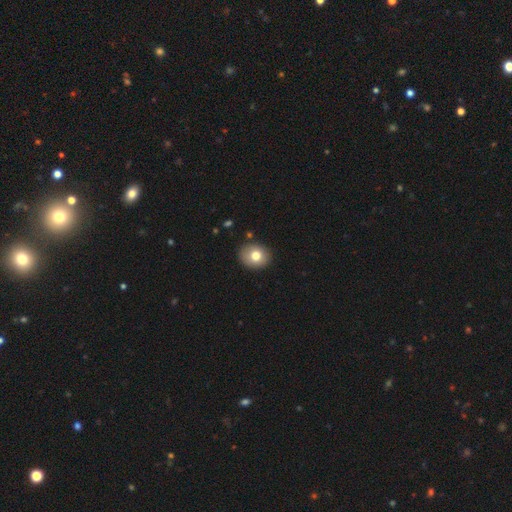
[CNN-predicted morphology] smooth 77%, featured or disk 14%, star or artifact 9%. Down the decision tree: how rounded — round (59%); merging — none (87%).